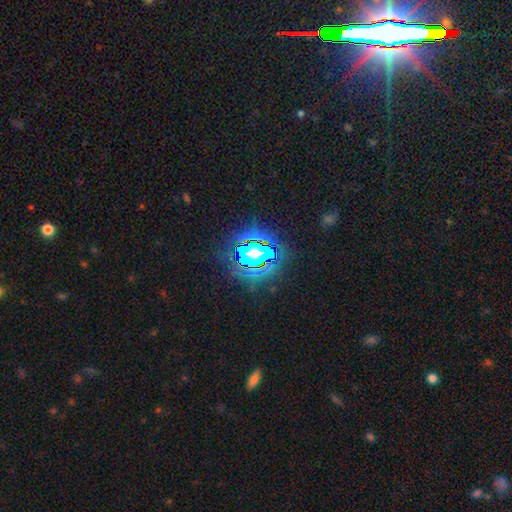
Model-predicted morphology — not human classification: A star or artifact, not a galaxy (81%).

Vote fractions:
- Smooth or featured? star or artifact: 81% / smooth: 11% / featured or disk: 8%